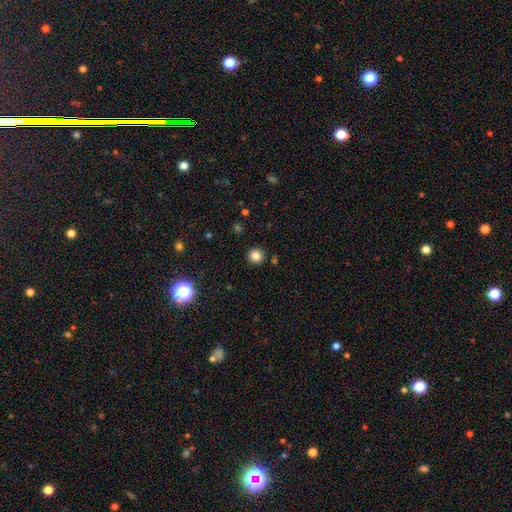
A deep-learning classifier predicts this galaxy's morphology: Overall: smooth (83%). How rounded: round (93%). Merging: none (91%).